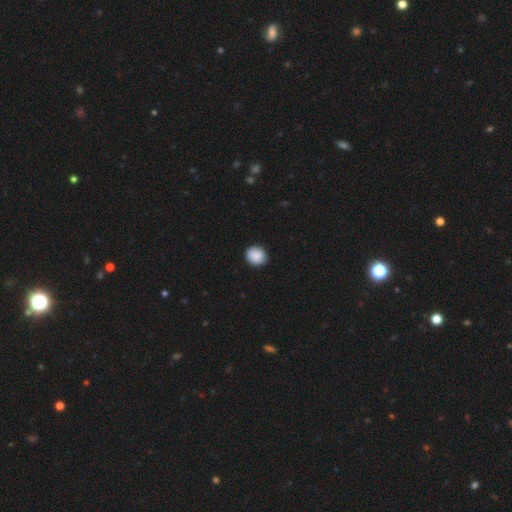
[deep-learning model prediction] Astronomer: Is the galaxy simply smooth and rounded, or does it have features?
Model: smooth — 89%.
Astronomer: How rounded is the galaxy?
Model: round — 72%.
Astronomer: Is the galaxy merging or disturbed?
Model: none — 88%.